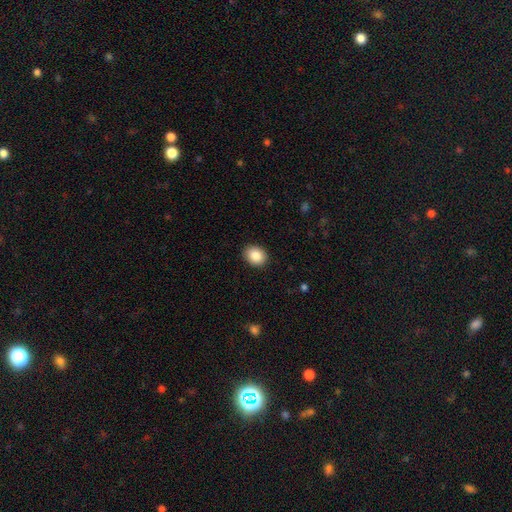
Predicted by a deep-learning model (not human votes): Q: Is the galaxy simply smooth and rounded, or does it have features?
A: smooth — 86%.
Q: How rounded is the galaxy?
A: round — 52%.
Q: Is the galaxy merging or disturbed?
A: none — 90%.